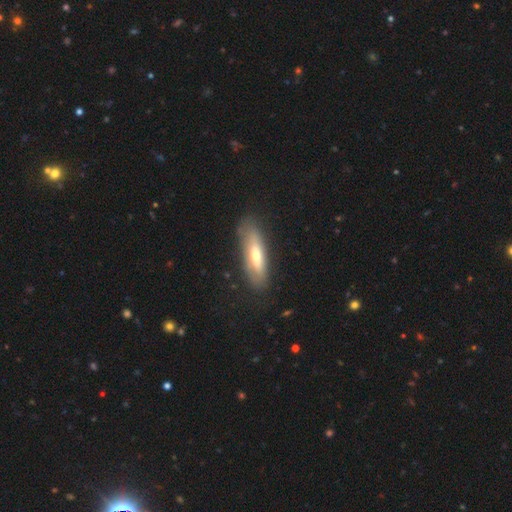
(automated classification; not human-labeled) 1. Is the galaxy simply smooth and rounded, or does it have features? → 51% smooth, 43% featured or disk, 6% star or artifact.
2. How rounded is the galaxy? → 59% cigar-shaped, 39% in between, 2% round.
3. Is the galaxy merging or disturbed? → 80% none, 14% minor disturbance, 4% major disturbance, 2% merger.